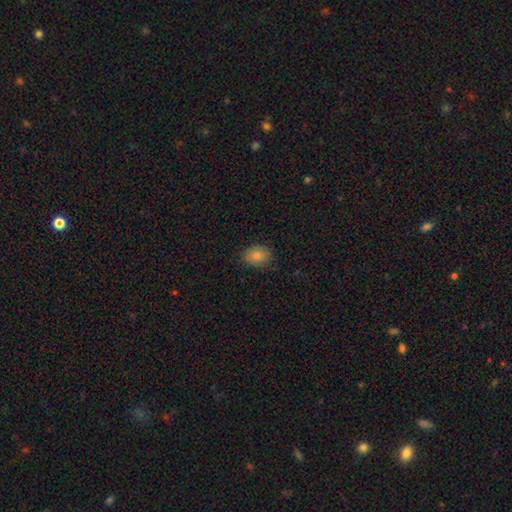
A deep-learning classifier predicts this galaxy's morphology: smooth 81%, star or artifact 10%, featured or disk 9%. Down the decision tree: how rounded — in between (64%); merging — none (85%).